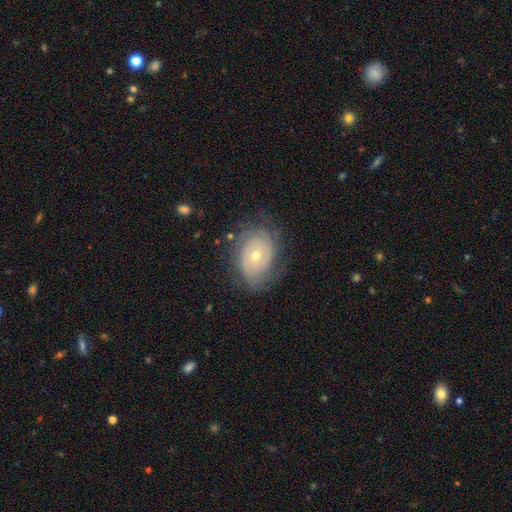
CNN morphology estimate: Smooth or featured: featured or disk — 66% (smooth — 26%)
Edge-on disk: no — 95% (yes — 5%)
Bar: no — 81% (weak — 16%)
Spiral arms: yes — 76% (no — 24%)
Bulge size: moderate — 52% (small — 44%)
Merging: none — 65% (minor disturbance — 23%)